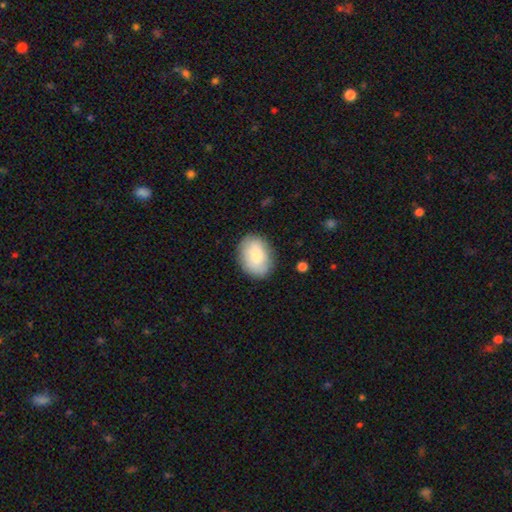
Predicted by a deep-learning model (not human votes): smooth-or-featured: smooth: 80% | featured or disk: 13% | star or artifact: 7%
  how-rounded: in between: 73% | round: 26% | cigar-shaped: 1%
  merging: none: 82% | minor disturbance: 13% | major disturbance: 3% | merger: 1%